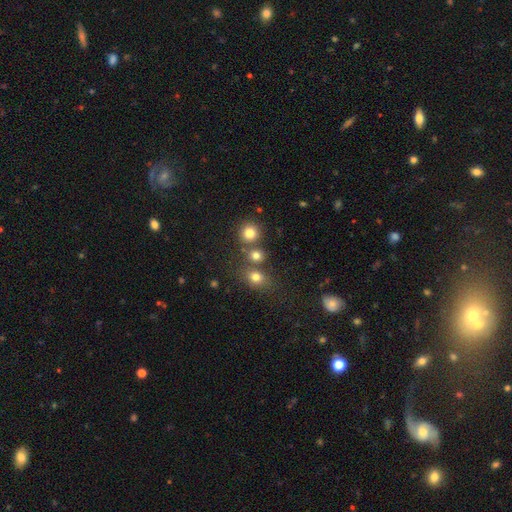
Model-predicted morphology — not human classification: A smooth galaxy with no disk features (64%) that is round (76%).

Vote fractions:
- Smooth or featured? smooth: 64% / star or artifact: 24% / featured or disk: 12%
- How rounded? round: 76% / in between: 23% / cigar-shaped: 2%
- Merging? none: 60% / merger: 27% / minor disturbance: 9% / major disturbance: 4%